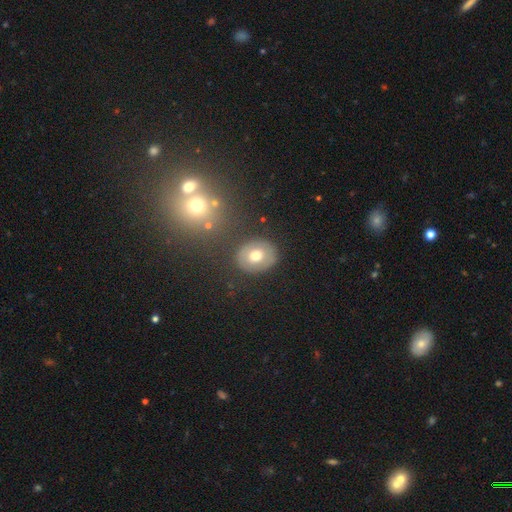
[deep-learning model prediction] A smooth galaxy with no disk features (62%) that is round (57%).

Vote fractions:
- Smooth or featured? smooth: 62% / featured or disk: 30% / star or artifact: 9%
- How rounded? round: 57% / in between: 42% / cigar-shaped: 1%
- Merging? none: 85% / minor disturbance: 9% / major disturbance: 4% / merger: 2%